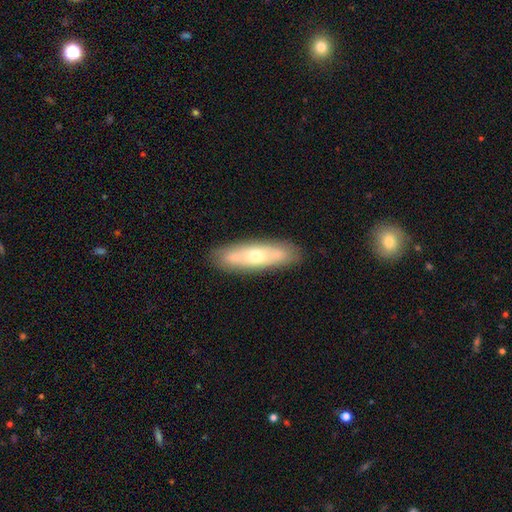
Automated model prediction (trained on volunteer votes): This is possibly a smooth galaxy (50%). Merging: clearly none (86%).